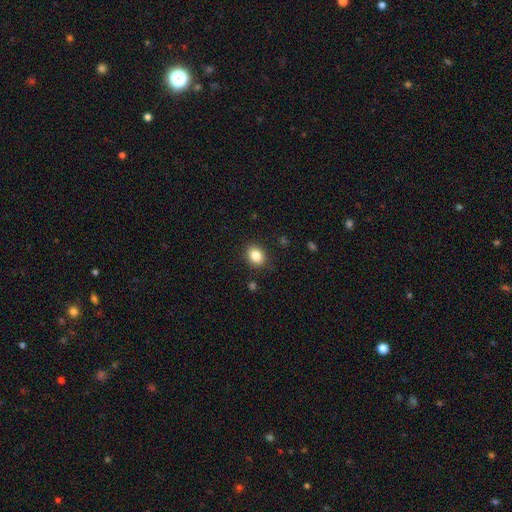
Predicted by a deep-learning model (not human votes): Smooth or featured? Predicted: smooth (p=0.84). How rounded? Predicted: in between (p=0.61). Merging? Predicted: none (p=0.87).